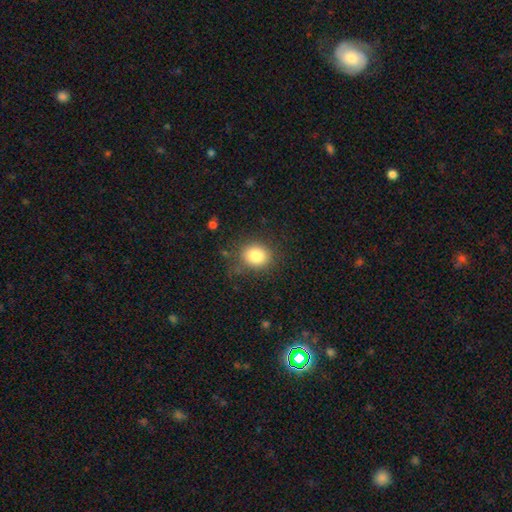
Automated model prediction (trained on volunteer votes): This is clearly a smooth galaxy (82%). How rounded: likely round (68%). Merging: likely none (79%).